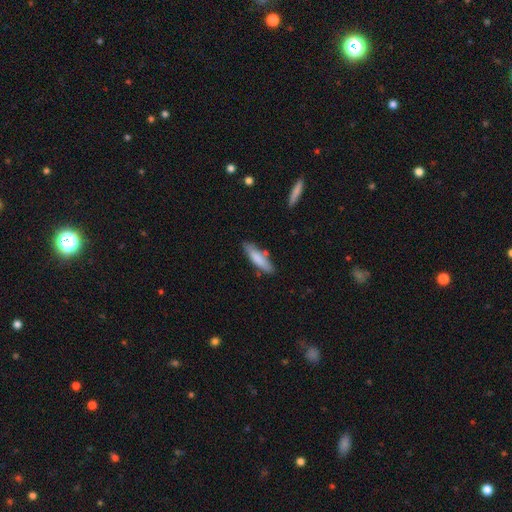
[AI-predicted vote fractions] smooth_or_featured: smooth (p=0.78) [alt: featured or disk p=0.17]
how_rounded: cigar-shaped (p=0.74) [alt: in between p=0.24]
merging: none (p=0.79) [alt: minor disturbance p=0.15]